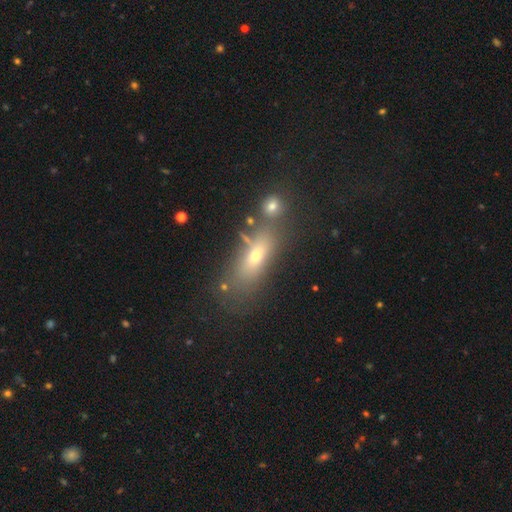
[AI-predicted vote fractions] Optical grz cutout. It shows a smooth galaxy with no disk features (53%) that is in between round and cigar-shaped (58%). Merging: none (56%).